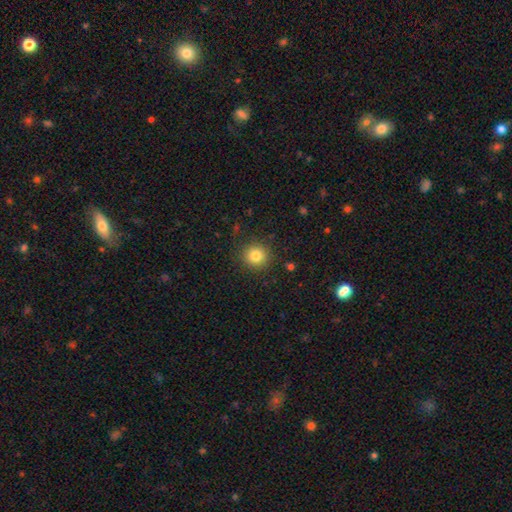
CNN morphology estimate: type=smooth (82%); roundness=round (93%); merging=none (89%).